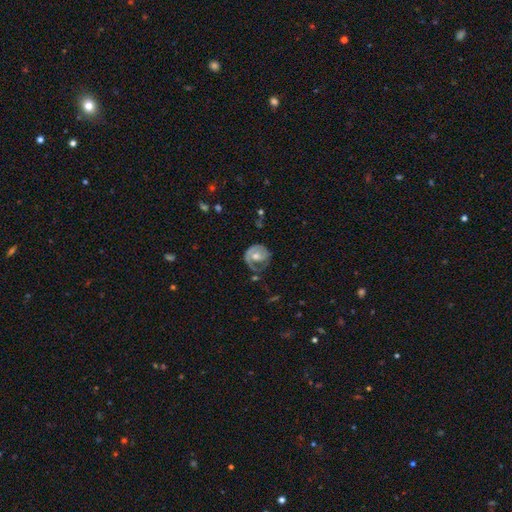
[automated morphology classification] featured or disk 74%, smooth 21%, star or artifact 5%. Down the decision tree: edge-on disk — no (98%); bar — no (69%); spiral arms — yes (82%); spiral arm count — 1 (59%); spiral winding — tight (60%); bulge size — moderate (69%); merging — none (53%).